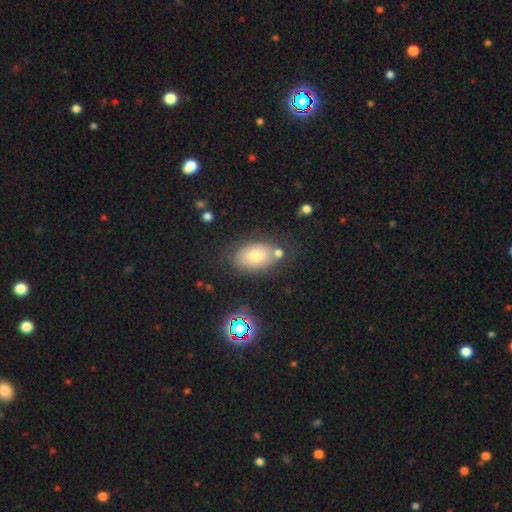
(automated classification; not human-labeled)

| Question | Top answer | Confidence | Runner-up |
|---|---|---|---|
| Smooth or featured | smooth | 72% | featured or disk (15%) |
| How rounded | in between | 87% | round (11%) |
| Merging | none | 71% | minor disturbance (15%) |